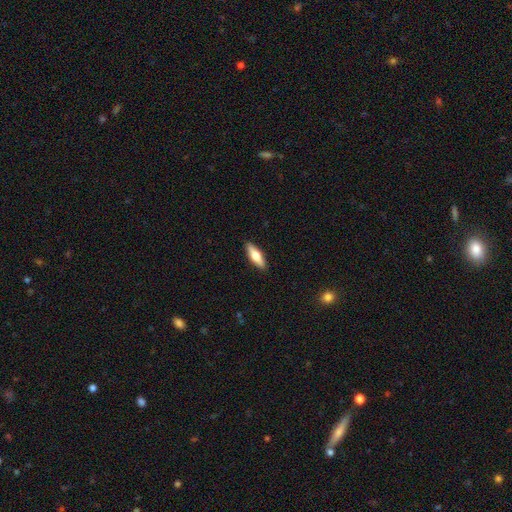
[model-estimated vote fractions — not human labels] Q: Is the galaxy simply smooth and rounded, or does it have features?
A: smooth — 60%.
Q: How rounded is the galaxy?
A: cigar-shaped — 50%.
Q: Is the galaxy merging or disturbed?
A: none — 90%.